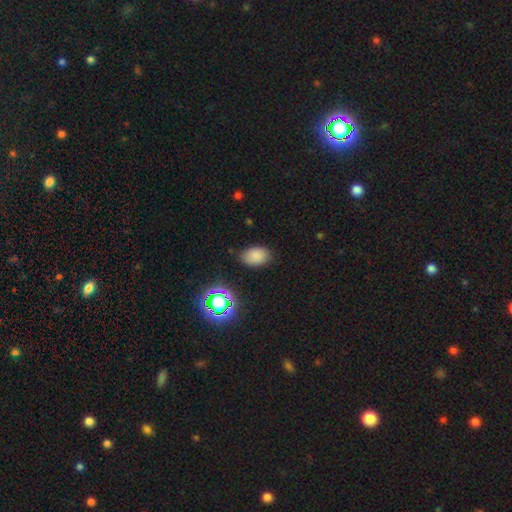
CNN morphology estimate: smooth-or-featured: smooth: 80% | star or artifact: 14% | featured or disk: 6%
  how-rounded: in between: 85% | round: 14% | cigar-shaped: 1%
  merging: none: 80% | minor disturbance: 15% | major disturbance: 4% | merger: 2%